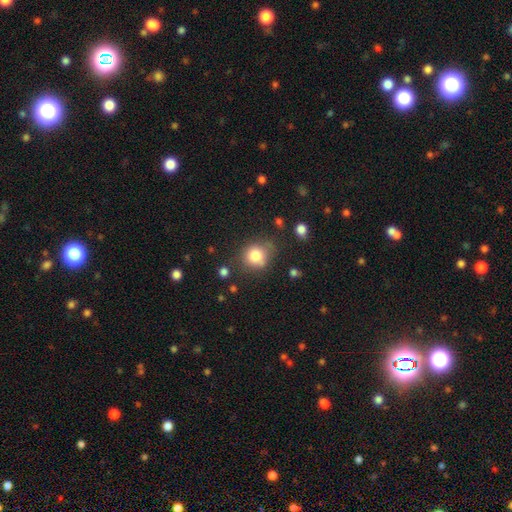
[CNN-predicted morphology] smooth-or-featured: smooth: 80% | star or artifact: 11% | featured or disk: 9%
  how-rounded: round: 77% | in between: 22% | cigar-shaped: 1%
  merging: none: 64% | minor disturbance: 22% | major disturbance: 8% | merger: 6%